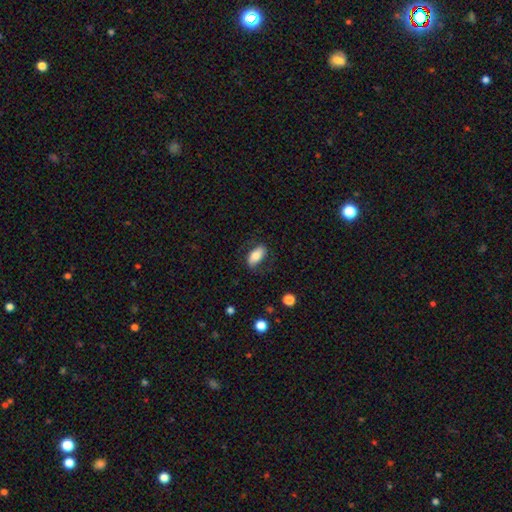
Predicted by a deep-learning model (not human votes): A smooth galaxy with no disk features (72%) that is in between round and cigar-shaped (91%).

Vote fractions:
- Smooth or featured? smooth: 72% / featured or disk: 20% / star or artifact: 7%
- How rounded? in between: 91% / cigar-shaped: 5% / round: 4%
- Merging? none: 71% / minor disturbance: 19% / major disturbance: 9% / merger: 1%